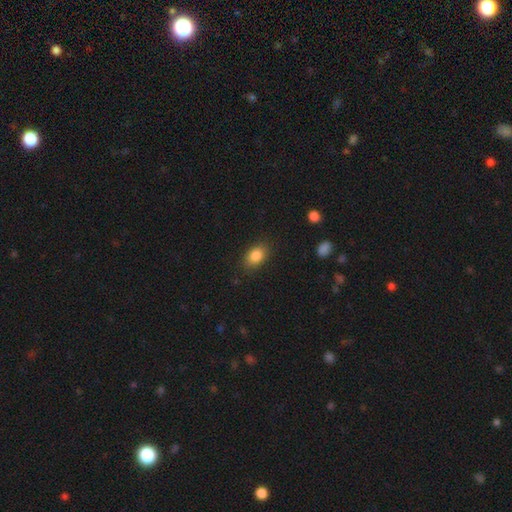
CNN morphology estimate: A smooth galaxy with no disk features (86%) that is in between round and cigar-shaped (81%). Merging: none (83%).